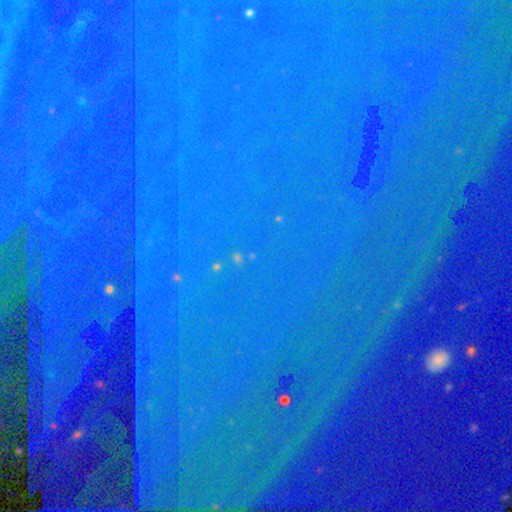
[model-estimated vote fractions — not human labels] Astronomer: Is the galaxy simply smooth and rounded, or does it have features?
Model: star or artifact — 87%.